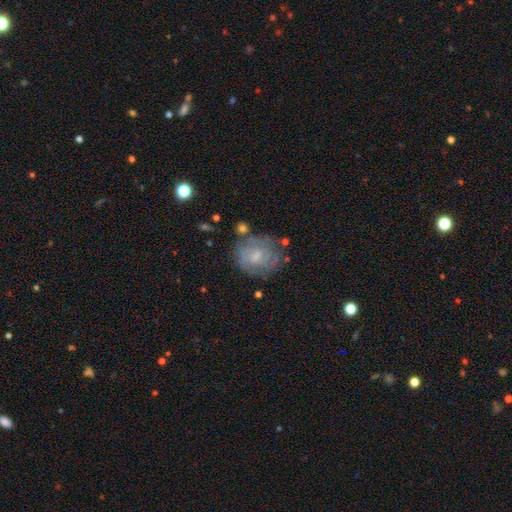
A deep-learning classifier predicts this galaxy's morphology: This is possibly a featured or disk galaxy (58%). It is clearly not viewed edge-on (97%). Bar: possibly no (51%). Spiral arm pattern: likely yes (67%). Central bulge: possibly small (50%). Merging: likely none (62%).